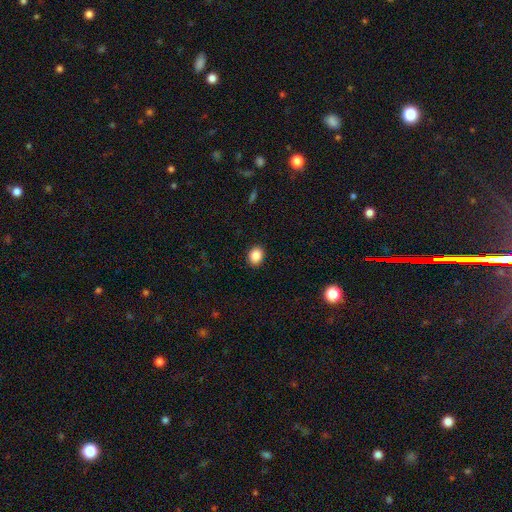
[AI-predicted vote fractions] This is clearly a smooth galaxy (88%). How rounded: possibly round (55%). Merging: clearly none (90%).